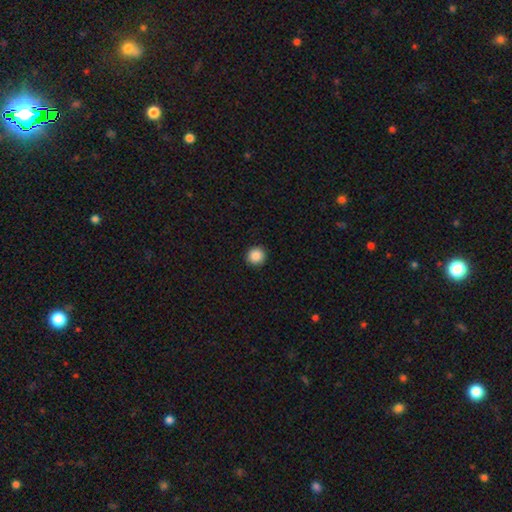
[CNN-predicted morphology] type=smooth (88%); roundness=round (95%); merging=none (93%).